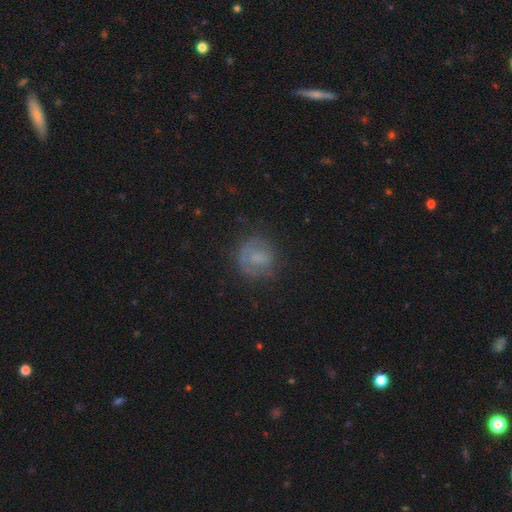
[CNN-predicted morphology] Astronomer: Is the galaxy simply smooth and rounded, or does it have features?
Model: smooth — 48% (runner-up: featured or disk, 39%).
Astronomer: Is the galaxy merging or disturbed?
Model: none — 67%.